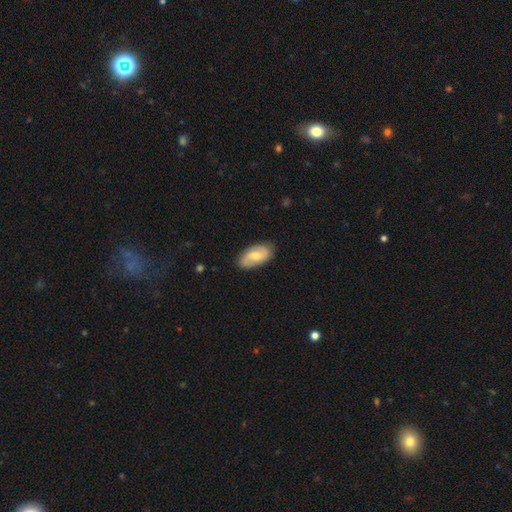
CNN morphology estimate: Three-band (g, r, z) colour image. It shows a featured or disk galaxy (58%) with a weak bar (46%), spiral arms (84%) and a moderate central bulge (60%). Merging: none (83%).